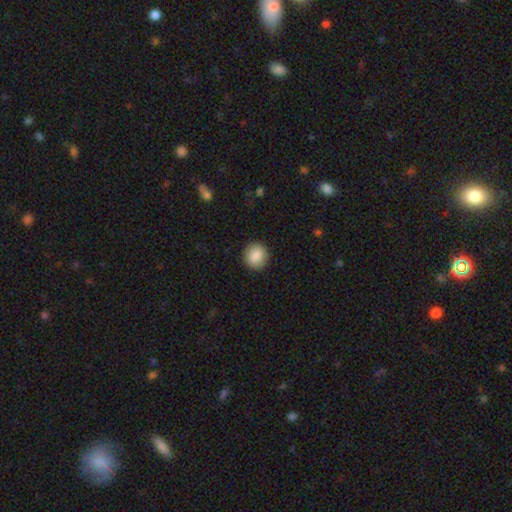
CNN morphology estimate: smooth 88%, star or artifact 8%, featured or disk 5%. Down the decision tree: how rounded — round (87%); merging — none (90%).